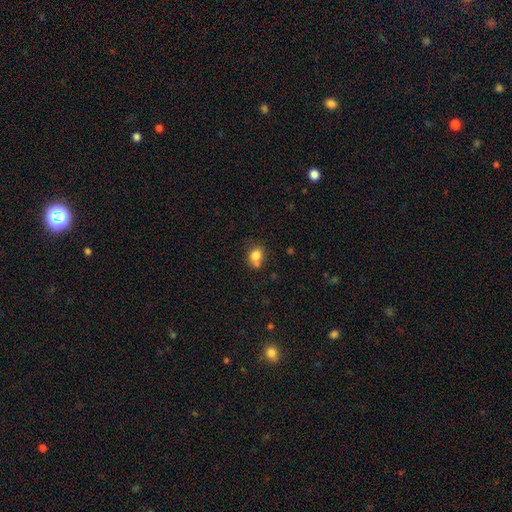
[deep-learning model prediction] Smooth or featured?
  - smooth: 80% *
  - star or artifact: 11%
  - featured or disk: 9%
How rounded?
  - round: 51% *
  - in between: 48%
  - cigar-shaped: 1%
Merging?
  - none: 48% *
  - merger: 27%
  - minor disturbance: 19%
  - major disturbance: 6%